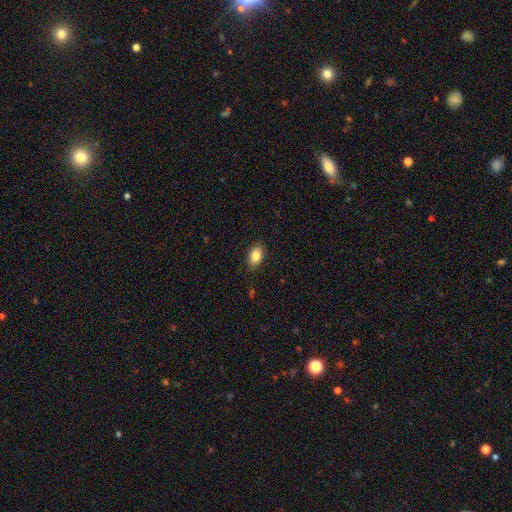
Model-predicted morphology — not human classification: The model was most divided on "merging": none: 86%, minor disturbance: 11%, major disturbance: 2%, merger: 1%. More confident: how rounded — in between (90%); smooth or featured — smooth (84%).